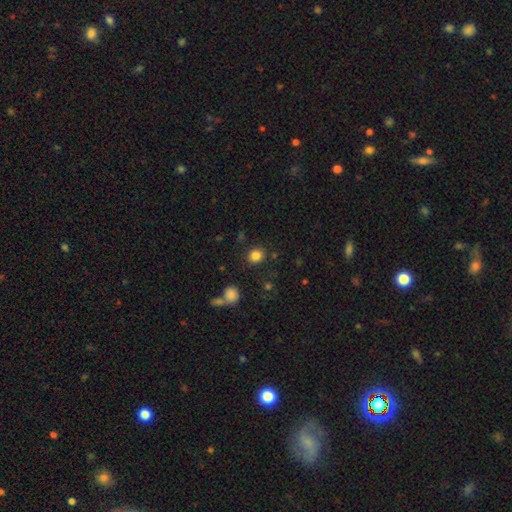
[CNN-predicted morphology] A smooth galaxy with no disk features (84%) that is round (71%). Merging: none (85%).